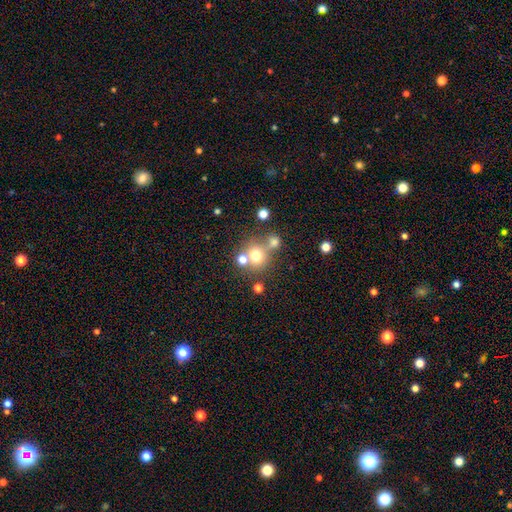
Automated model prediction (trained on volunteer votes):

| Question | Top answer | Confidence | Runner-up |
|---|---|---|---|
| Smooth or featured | smooth | 68% | star or artifact (17%) |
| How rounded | round | 87% | in between (12%) |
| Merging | none | 58% | merger (28%) |